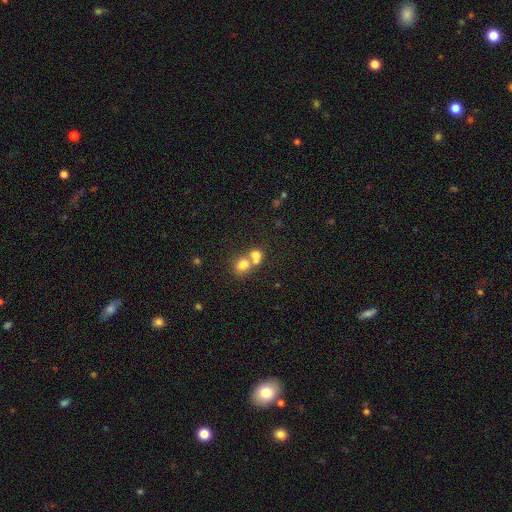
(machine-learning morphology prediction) Smooth or featured? Predicted: smooth (p=0.71). How rounded? Predicted: round (p=0.60). Merging? Predicted: merger (p=0.63).